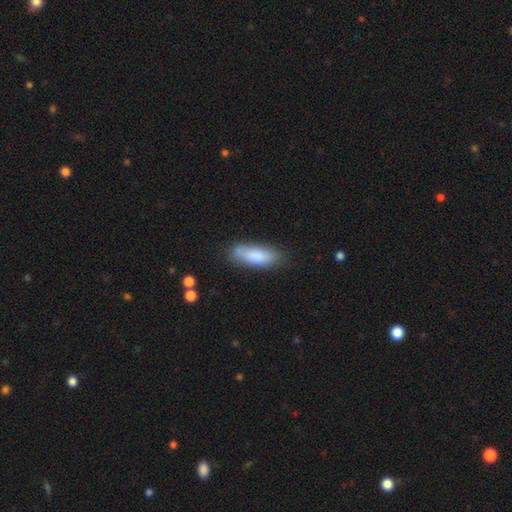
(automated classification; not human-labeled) smooth-or-featured: smooth: 83% | featured or disk: 10% | star or artifact: 7%
  how-rounded: in between: 69% | cigar-shaped: 29% | round: 2%
  merging: none: 70% | minor disturbance: 20% | major disturbance: 5% | merger: 5%